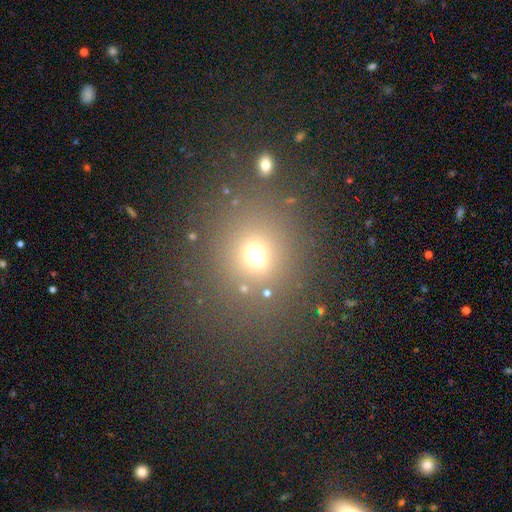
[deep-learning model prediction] A smooth galaxy with no disk features (64%) that is round (73%).

Vote fractions:
- Smooth or featured? smooth: 64% / star or artifact: 26% / featured or disk: 10%
- How rounded? round: 73% / in between: 26% / cigar-shaped: 2%
- Merging? none: 73% / minor disturbance: 11% / merger: 10% / major disturbance: 7%